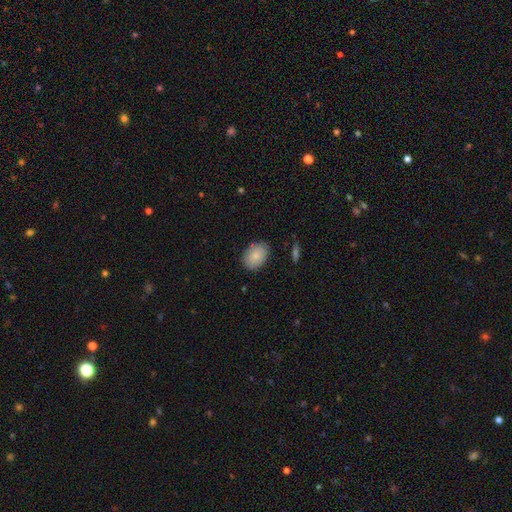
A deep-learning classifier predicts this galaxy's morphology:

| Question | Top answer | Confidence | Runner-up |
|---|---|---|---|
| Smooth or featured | smooth | 86% | featured or disk (8%) |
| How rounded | in between | 79% | round (20%) |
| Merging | none | 84% | minor disturbance (12%) |